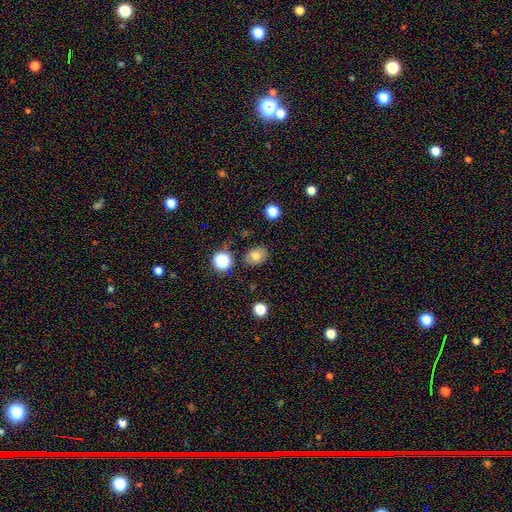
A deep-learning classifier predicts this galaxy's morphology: A smooth galaxy with no disk features (76%) that is in between round and cigar-shaped (59%). Merging: none (80%).